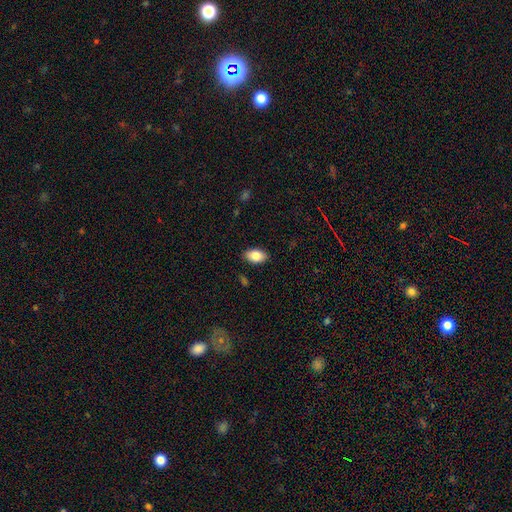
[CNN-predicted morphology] type=smooth (84%); roundness=in between (93%); merging=none (88%).